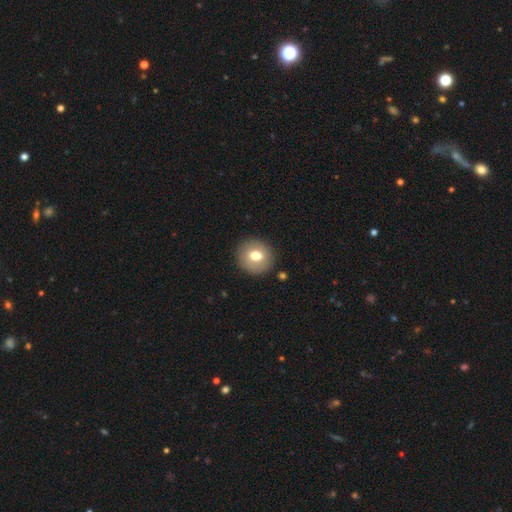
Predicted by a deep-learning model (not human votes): Smooth or featured?
  - smooth: 72% *
  - featured or disk: 19%
  - star or artifact: 8%
How rounded?
  - round: 83% *
  - in between: 16%
  - cigar-shaped: 1%
Merging?
  - none: 88% *
  - minor disturbance: 7%
  - major disturbance: 3%
  - merger: 2%